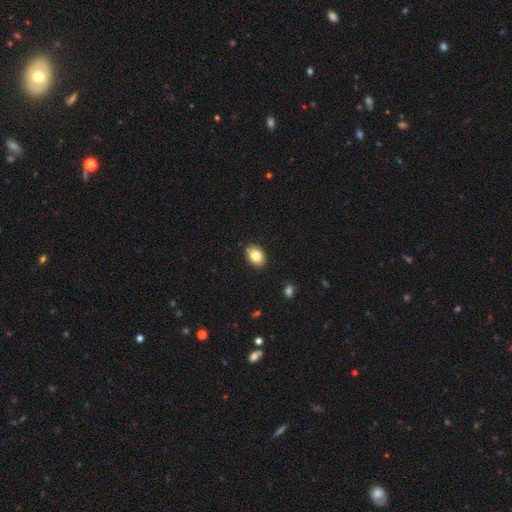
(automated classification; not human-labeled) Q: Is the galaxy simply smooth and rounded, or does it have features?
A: smooth — 83%.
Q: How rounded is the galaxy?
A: in between — 77%.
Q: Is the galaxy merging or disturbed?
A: none — 90%.